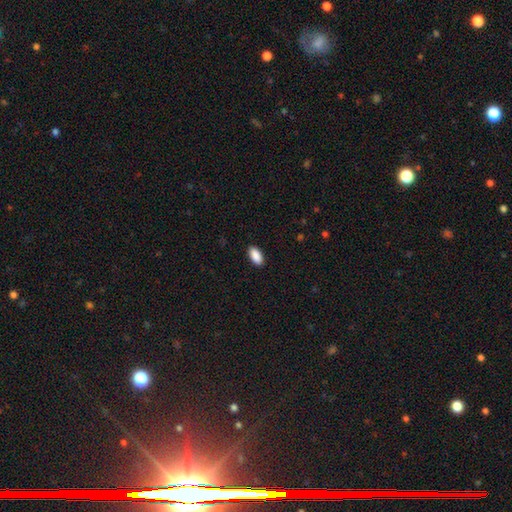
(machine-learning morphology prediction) A smooth galaxy with no disk features (90%) that is in between round and cigar-shaped (92%).

Vote fractions:
- Smooth or featured? smooth: 90% / star or artifact: 7% / featured or disk: 3%
- How rounded? in between: 92% / cigar-shaped: 5% / round: 2%
- Merging? none: 90% / minor disturbance: 7% / major disturbance: 2% / merger: 1%